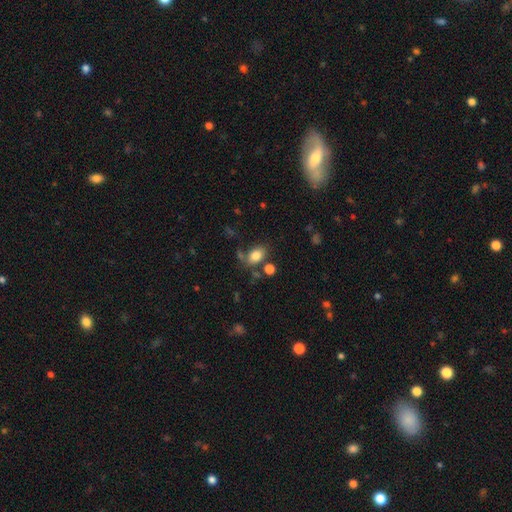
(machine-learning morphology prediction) Q: Smooth or featured?
A: smooth (81%); runner-up: star or artifact (10%)
Q: How rounded?
A: in between (84%); runner-up: round (14%)
Q: Merging?
A: none (67%); runner-up: minor disturbance (16%)